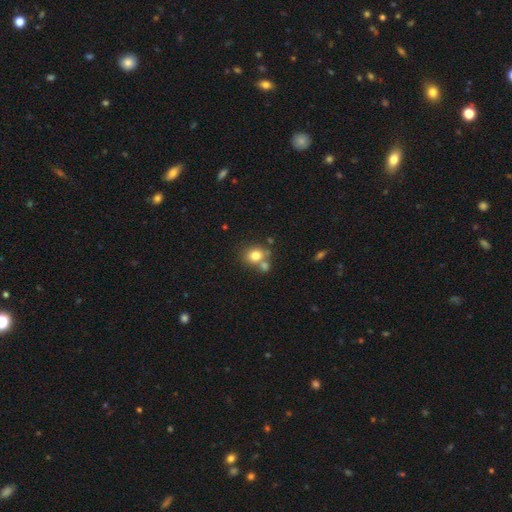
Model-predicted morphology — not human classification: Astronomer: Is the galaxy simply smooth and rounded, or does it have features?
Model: smooth — 78%.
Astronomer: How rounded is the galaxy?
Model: round — 67%.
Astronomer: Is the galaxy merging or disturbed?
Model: none — 52% (runner-up: merger, 32%).